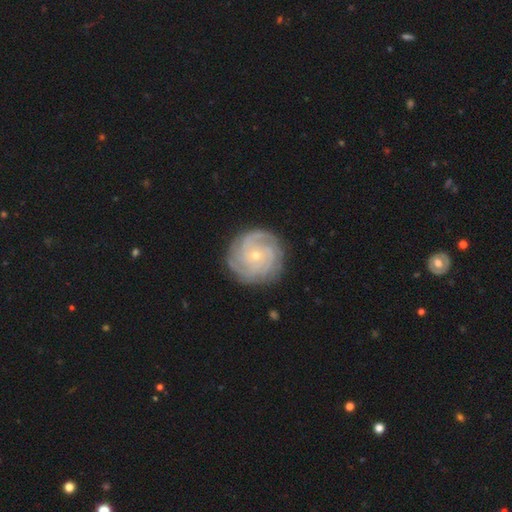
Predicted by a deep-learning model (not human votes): Smooth or featured? featured or disk (87%)
Edge-on disk? no (98%)
Bar? no (75%)
Spiral arms? yes (97%)
Spiral winding? tight (78%)
Spiral arm count? 3 (26%)
Bulge size? small (71%)
Merging? none (85%)